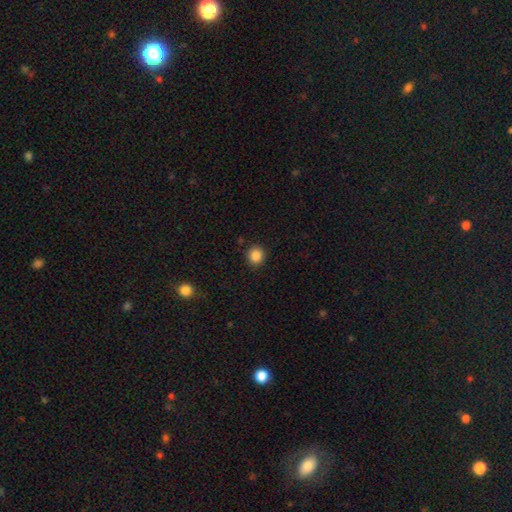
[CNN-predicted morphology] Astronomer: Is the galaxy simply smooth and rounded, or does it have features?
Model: smooth — 86%.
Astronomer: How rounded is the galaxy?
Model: round — 87%.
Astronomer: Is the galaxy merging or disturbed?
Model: none — 89%.